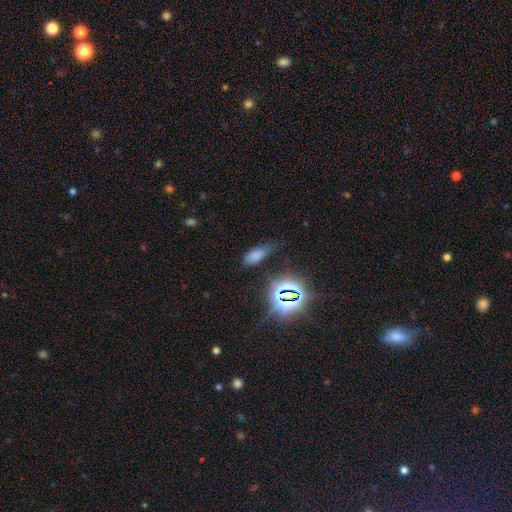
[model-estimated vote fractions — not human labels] Smooth or featured?
  - smooth: 64% *
  - star or artifact: 28%
  - featured or disk: 9%
How rounded?
  - in between: 83% *
  - cigar-shaped: 12%
  - round: 5%
Merging?
  - none: 55% *
  - minor disturbance: 29%
  - major disturbance: 12%
  - merger: 3%